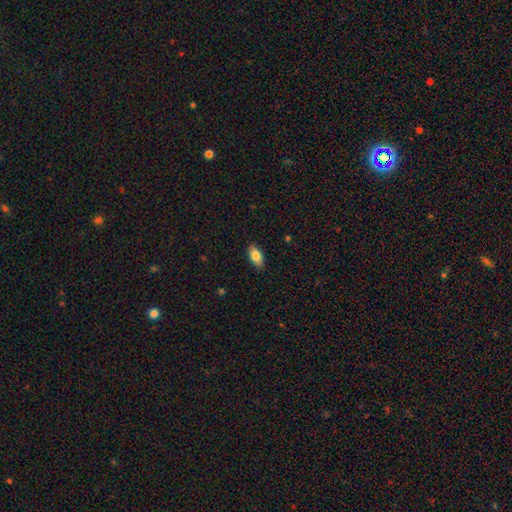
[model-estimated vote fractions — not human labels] A smooth galaxy with no disk features (82%) that is in between round and cigar-shaped (90%). Merging: none (88%).